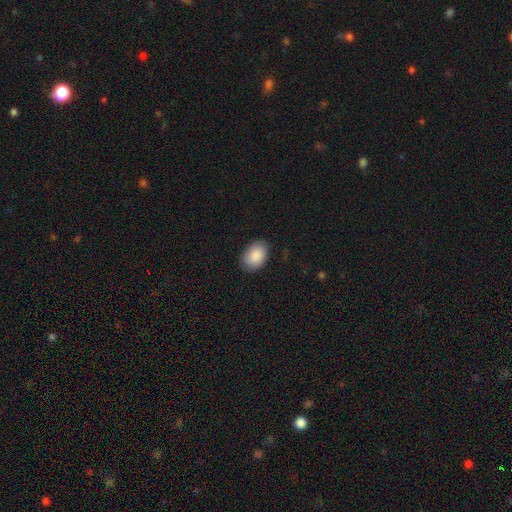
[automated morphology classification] Smooth or featured: smooth — 89% (star or artifact — 6%)
How rounded: in between — 86% (round — 13%)
Merging: none — 84% (minor disturbance — 12%)